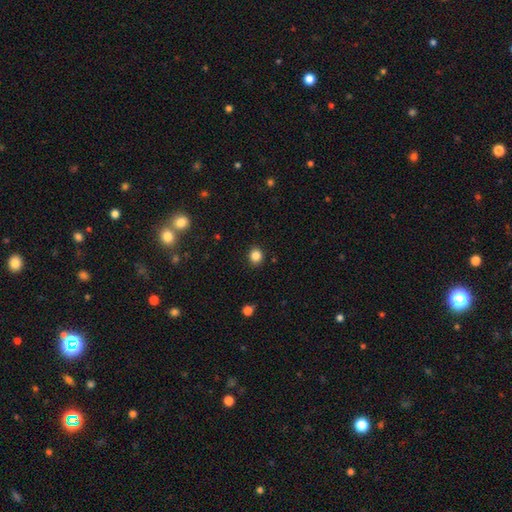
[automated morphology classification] Smooth or featured? smooth (85%)
How rounded? round (82%)
Merging? none (90%)